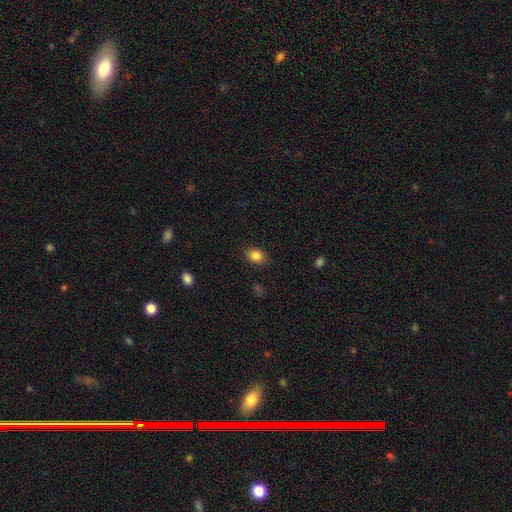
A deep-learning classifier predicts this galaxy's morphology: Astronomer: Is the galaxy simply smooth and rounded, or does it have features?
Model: smooth — 85%.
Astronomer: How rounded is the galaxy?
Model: in between — 68%.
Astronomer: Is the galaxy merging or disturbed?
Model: none — 86%.